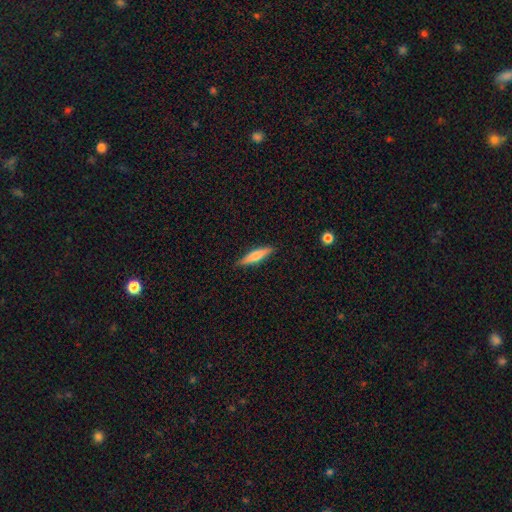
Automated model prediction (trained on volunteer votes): Morphology: type=smooth (63%); roundness=cigar-shaped (85%); merging=none (89%).